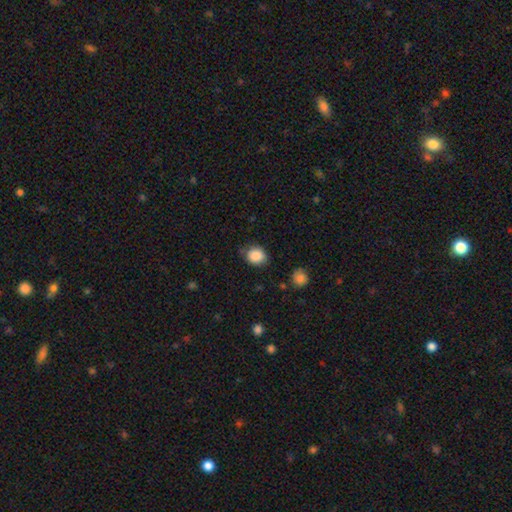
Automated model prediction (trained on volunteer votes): This is clearly a smooth galaxy (87%). How rounded: likely round (71%). Merging: likely none (75%).